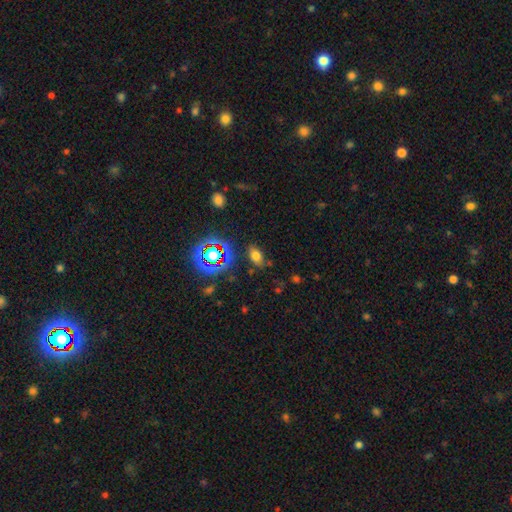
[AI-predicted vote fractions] smooth 67%, star or artifact 23%, featured or disk 10%. Down the decision tree: how rounded — in between (85%); merging — none (78%).